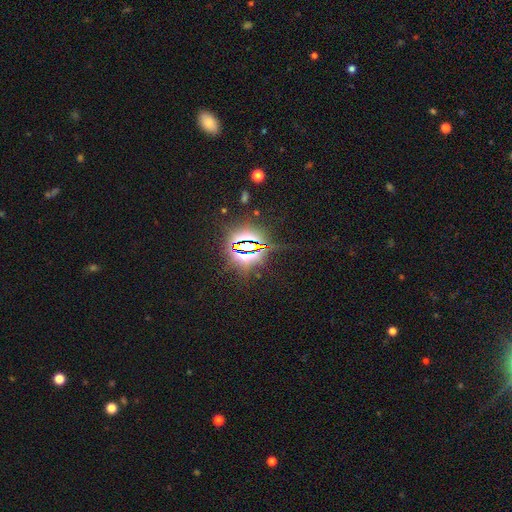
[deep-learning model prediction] Smooth or featured?
  - star or artifact: 84% *
  - smooth: 8%
  - featured or disk: 8%